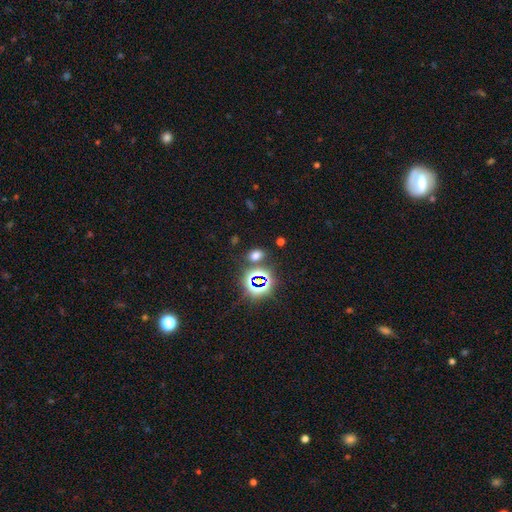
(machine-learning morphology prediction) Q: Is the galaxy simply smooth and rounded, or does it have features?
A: smooth — 58%.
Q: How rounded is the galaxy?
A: in between — 73%.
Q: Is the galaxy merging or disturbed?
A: none — 80%.